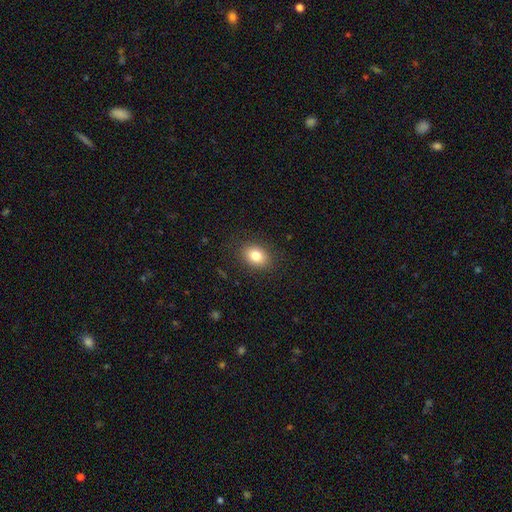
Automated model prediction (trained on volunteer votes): This is clearly a smooth galaxy (82%). How rounded: likely in between (67%). Merging: clearly none (87%).